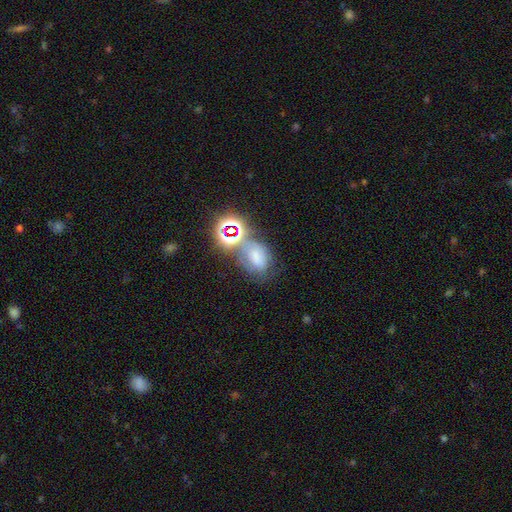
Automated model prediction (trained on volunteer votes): Smooth or featured?
  - smooth: 46% *
  - star or artifact: 34%
  - featured or disk: 20%
Merging?
  - none: 36% *
  - merger: 30%
  - minor disturbance: 19%
  - major disturbance: 15%